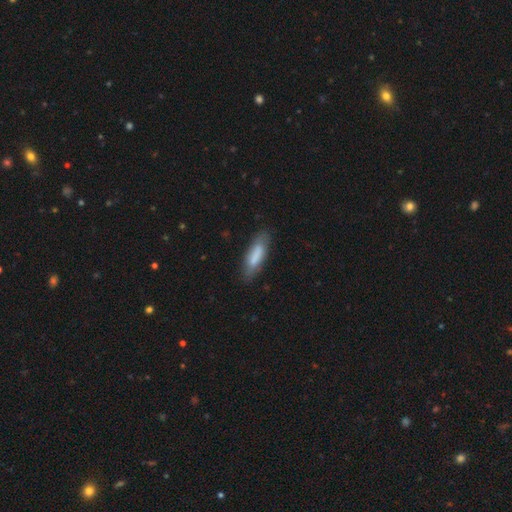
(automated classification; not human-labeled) Overall: smooth (78%). How rounded: cigar-shaped (54%; in between 45%). Merging: none (77%).